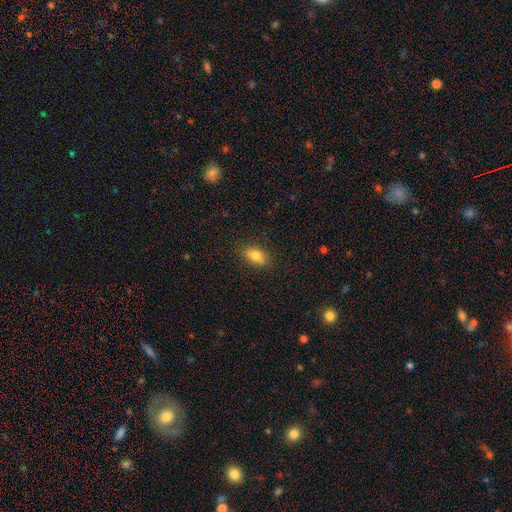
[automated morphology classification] A smooth galaxy with no disk features (79%) that is in between round and cigar-shaped (85%).

Vote fractions:
- Smooth or featured? smooth: 79% / featured or disk: 12% / star or artifact: 9%
- How rounded? in between: 85% / round: 8% / cigar-shaped: 7%
- Merging? none: 86% / minor disturbance: 11% / major disturbance: 3% / merger: 1%